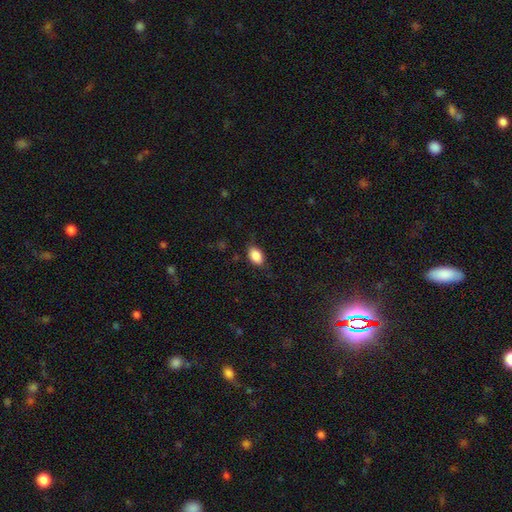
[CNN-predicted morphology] The model was most divided on "merging": none: 78%, minor disturbance: 17%, major disturbance: 4%, merger: 1%. More confident: how rounded — in between (89%); smooth or featured — smooth (87%).